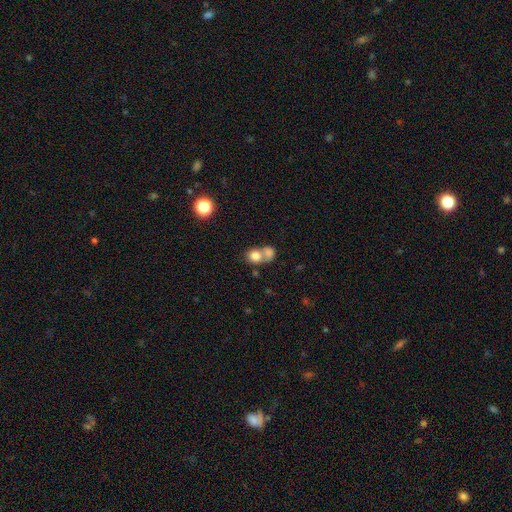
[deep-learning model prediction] Q: Smooth or featured?
A: smooth (77%); runner-up: featured or disk (12%)
Q: How rounded?
A: round (69%); runner-up: in between (30%)
Q: Merging?
A: merger (63%); runner-up: none (27%)